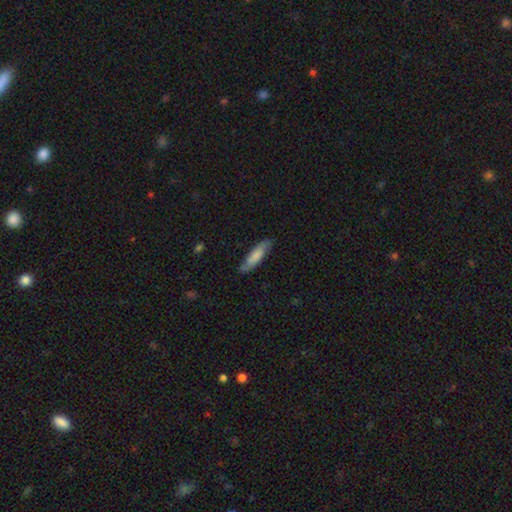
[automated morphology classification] Smooth or featured? Predicted: smooth (p=0.71). How rounded? Predicted: cigar-shaped (p=0.70). Merging? Predicted: none (p=0.79).